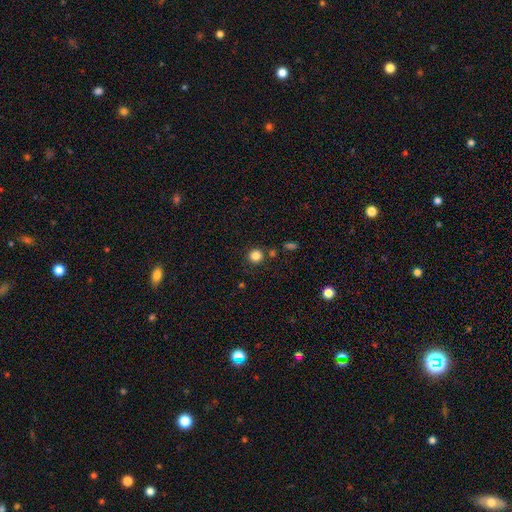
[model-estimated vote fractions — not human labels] Smooth or featured? Predicted: smooth (p=0.84). How rounded? Predicted: round (p=0.93). Merging? Predicted: none (p=0.84).